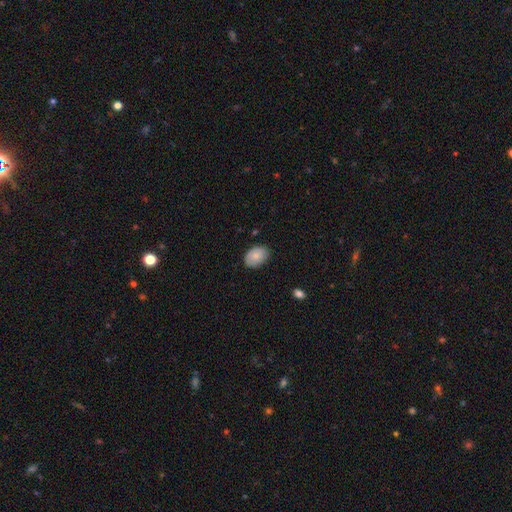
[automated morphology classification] Smooth or featured? Predicted: smooth (p=0.83). How rounded? Predicted: in between (p=0.81). Merging? Predicted: none (p=0.82).